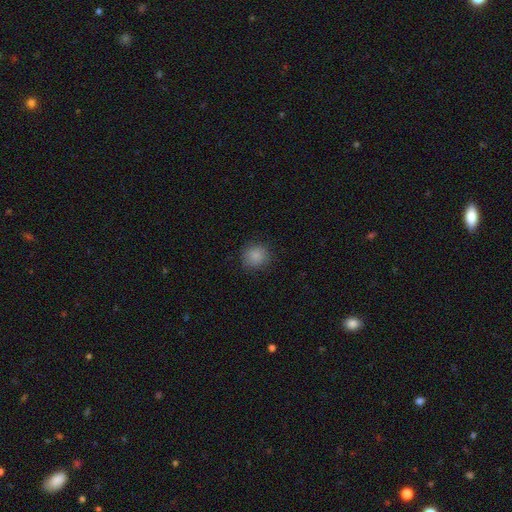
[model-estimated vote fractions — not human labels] smooth 86%, star or artifact 10%, featured or disk 4%. Down the decision tree: how rounded — round (89%); merging — none (85%).